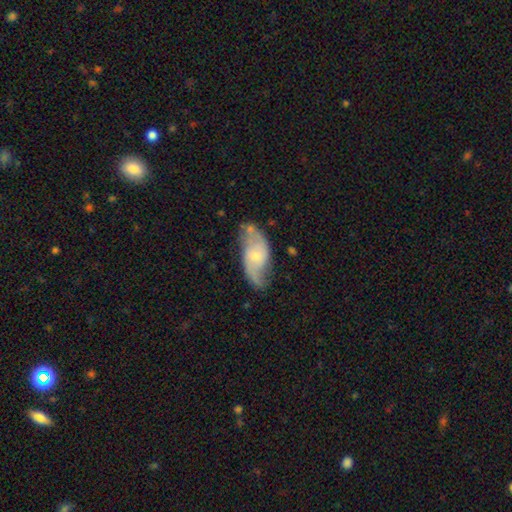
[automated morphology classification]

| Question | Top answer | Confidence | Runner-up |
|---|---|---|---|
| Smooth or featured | featured or disk | 71% | smooth (23%) |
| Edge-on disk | no | 93% | yes (7%) |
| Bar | no | 60% | weak (34%) |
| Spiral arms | yes | 88% | no (12%) |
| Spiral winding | loose | 52% | medium (36%) |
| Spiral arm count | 2 | 85% | can't tell (8%) |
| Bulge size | small | 56% | moderate (37%) |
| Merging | none | 62% | minor disturbance (24%) |